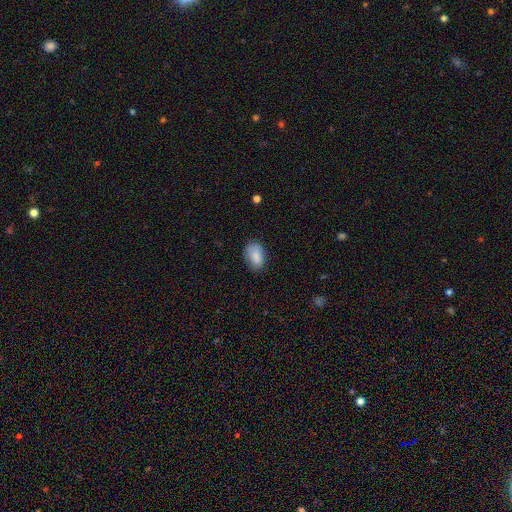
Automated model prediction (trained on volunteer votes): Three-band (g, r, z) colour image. It shows a smooth galaxy with no disk features (85%) that is in between round and cigar-shaped (89%). Merging: none (72%).